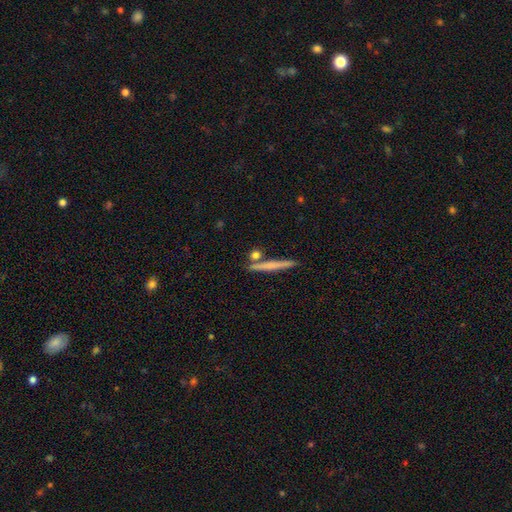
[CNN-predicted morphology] A smooth galaxy with no disk features (72%) that is cigar-shaped (52%). Merging: none (74%).